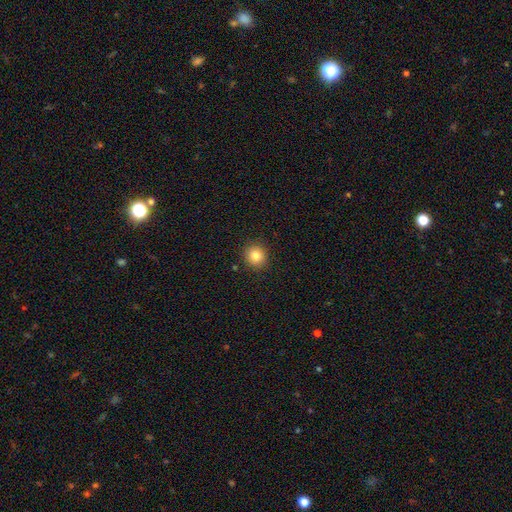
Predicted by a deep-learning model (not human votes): A smooth galaxy with no disk features (82%) that is round (91%).

Vote fractions:
- Smooth or featured? smooth: 82% / star or artifact: 11% / featured or disk: 7%
- How rounded? round: 91% / in between: 8% / cigar-shaped: 1%
- Merging? none: 91% / minor disturbance: 6% / major disturbance: 2% / merger: 1%